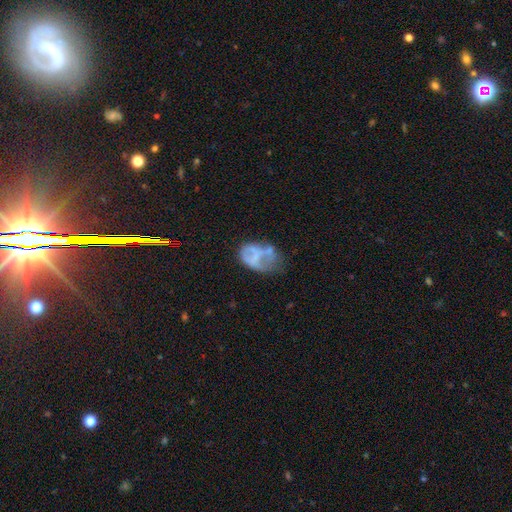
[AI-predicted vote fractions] smooth-or-featured: featured or disk: 50% | smooth: 40% | star or artifact: 11%
  merging: major disturbance: 35% | minor disturbance: 27% | none: 26% | merger: 12%